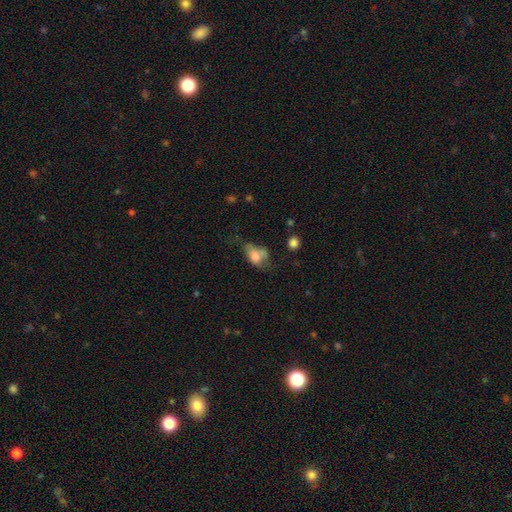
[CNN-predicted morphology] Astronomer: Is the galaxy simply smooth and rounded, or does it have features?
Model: smooth — 69%.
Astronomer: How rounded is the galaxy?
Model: in between — 79%.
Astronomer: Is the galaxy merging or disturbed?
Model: major disturbance — 34% (runner-up: minor disturbance, 28%).